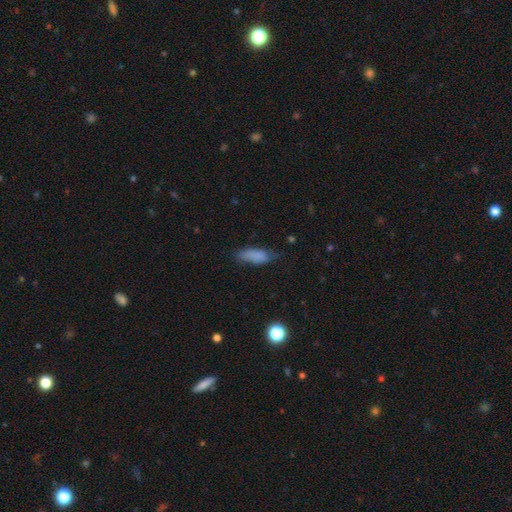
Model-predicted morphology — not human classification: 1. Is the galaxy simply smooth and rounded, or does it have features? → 80% smooth, 11% featured or disk, 9% star or artifact.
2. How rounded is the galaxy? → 63% in between, 35% cigar-shaped, 2% round.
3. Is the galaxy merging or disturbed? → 57% none, 31% minor disturbance, 9% major disturbance, 2% merger.